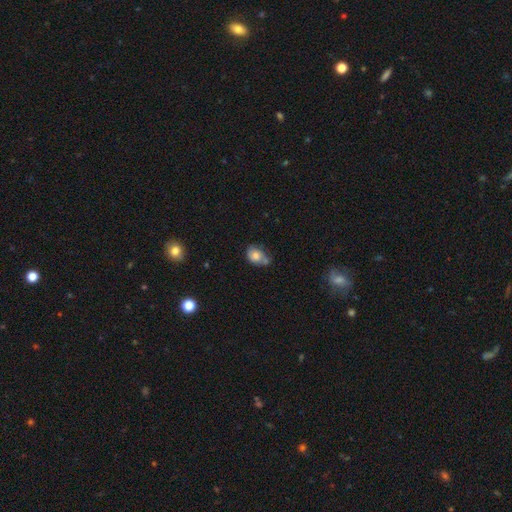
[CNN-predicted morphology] Smooth or featured? Predicted: smooth (p=0.72). How rounded? Predicted: in between (p=0.69). Merging? Predicted: none (p=0.42).